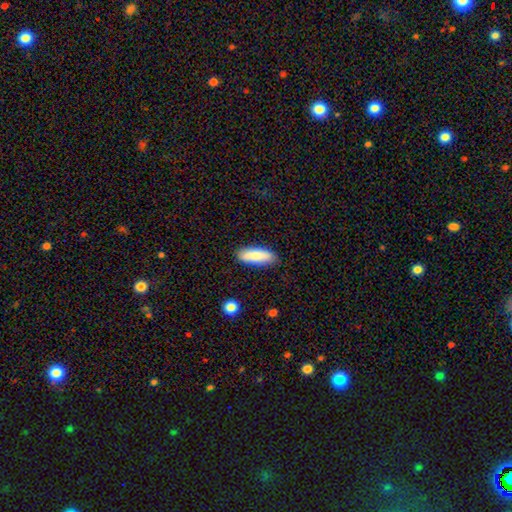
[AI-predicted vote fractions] This appears to be a smooth galaxy with no disk features (86%) that is in between round and cigar-shaped (60%). Merging: none (87%).